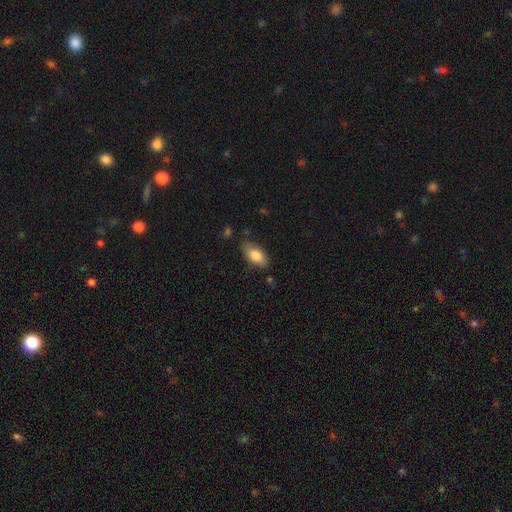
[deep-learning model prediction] Q: Smooth or featured?
A: smooth (81%); runner-up: featured or disk (12%)
Q: How rounded?
A: in between (91%); runner-up: cigar-shaped (6%)
Q: Merging?
A: none (73%); runner-up: minor disturbance (20%)